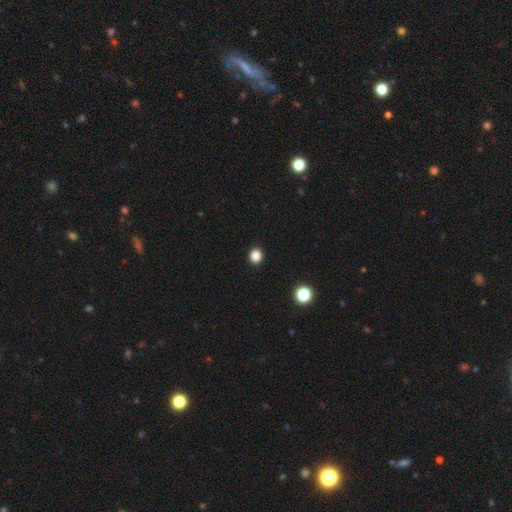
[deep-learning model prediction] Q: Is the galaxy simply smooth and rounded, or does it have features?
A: smooth — 85%.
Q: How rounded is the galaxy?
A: round — 79%.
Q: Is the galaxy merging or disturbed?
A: none — 93%.